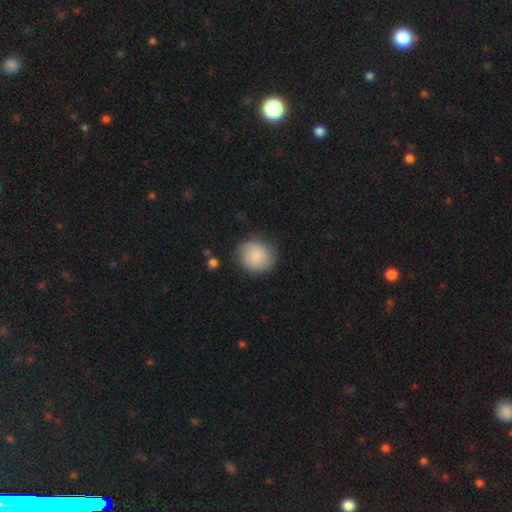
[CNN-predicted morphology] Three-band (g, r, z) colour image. It shows a smooth galaxy with no disk features (77%) that is round (85%). Merging: none (76%).